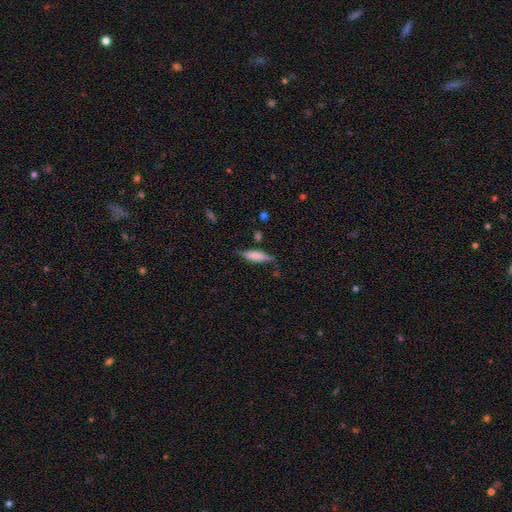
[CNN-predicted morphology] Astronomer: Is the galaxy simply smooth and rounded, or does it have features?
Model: smooth — 64%.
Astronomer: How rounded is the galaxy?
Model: cigar-shaped — 68%.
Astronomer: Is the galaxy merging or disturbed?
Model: none — 71%.